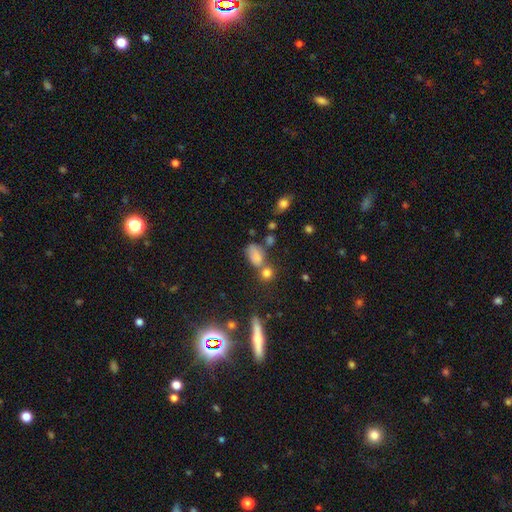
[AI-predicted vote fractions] Smooth or featured: smooth — 73% (star or artifact — 16%)
How rounded: in between — 81% (round — 16%)
Merging: none — 39% (merger — 29%)